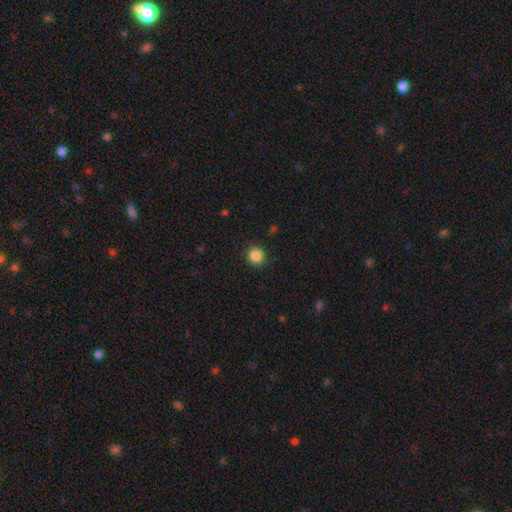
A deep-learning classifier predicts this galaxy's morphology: Smooth or featured? Predicted: smooth (p=0.87). How rounded? Predicted: round (p=0.88). Merging? Predicted: none (p=0.90).